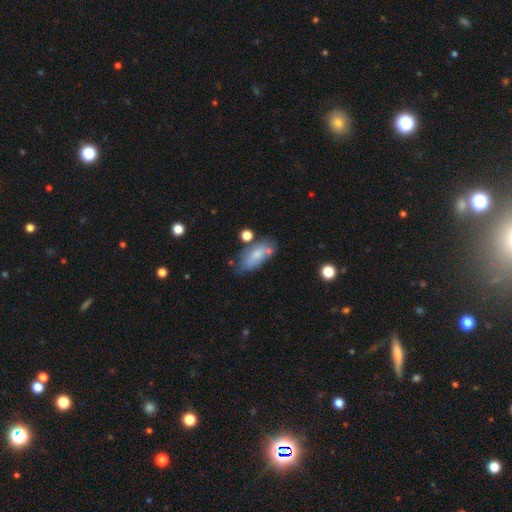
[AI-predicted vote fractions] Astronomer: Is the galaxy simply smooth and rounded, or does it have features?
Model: smooth — 72%.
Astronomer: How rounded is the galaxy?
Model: in between — 85%.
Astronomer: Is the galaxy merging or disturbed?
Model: none — 50% (runner-up: minor disturbance, 26%).